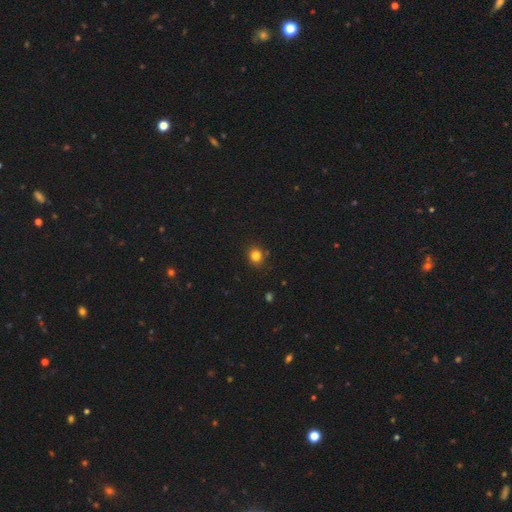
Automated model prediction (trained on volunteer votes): Morphology: type=smooth (82%); roundness=round (79%); merging=none (86%).